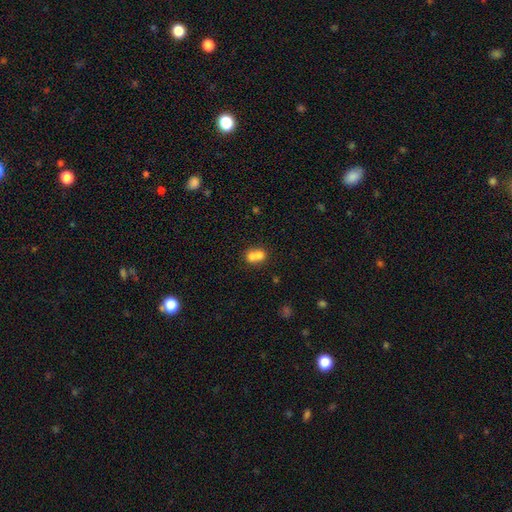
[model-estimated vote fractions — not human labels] smooth 70%, featured or disk 19%, star or artifact 11%. Down the decision tree: how rounded — round (61%); merging — merger (68%).